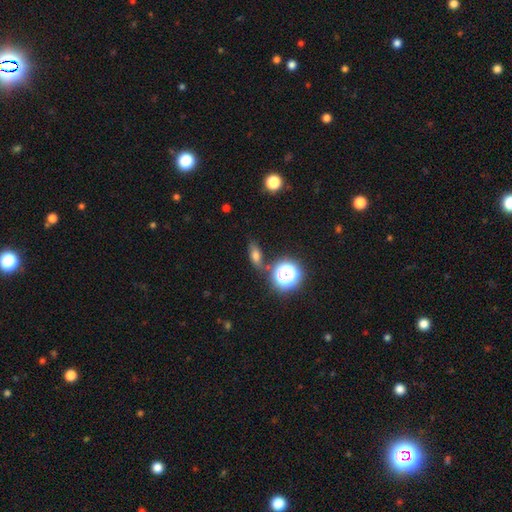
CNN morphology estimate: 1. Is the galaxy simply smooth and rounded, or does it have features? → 60% smooth, 23% star or artifact, 16% featured or disk.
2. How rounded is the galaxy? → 63% in between, 20% round, 17% cigar-shaped.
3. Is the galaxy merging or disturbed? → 70% none, 17% minor disturbance, 6% major disturbance, 6% merger.